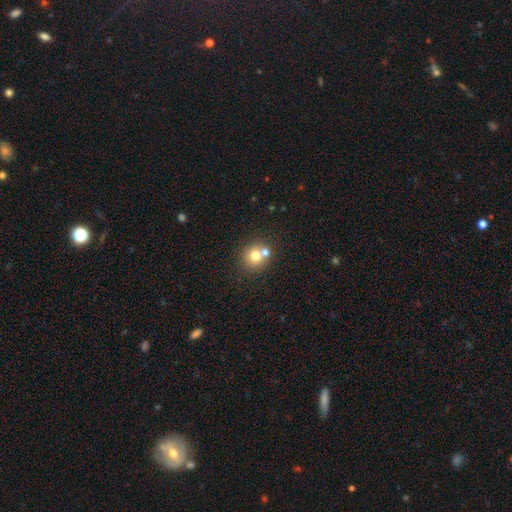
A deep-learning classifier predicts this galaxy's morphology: The model was most divided on "merging": none: 55%, merger: 35%, minor disturbance: 7%, major disturbance: 3%. More confident: how rounded — round (87%); smooth or featured — smooth (72%).